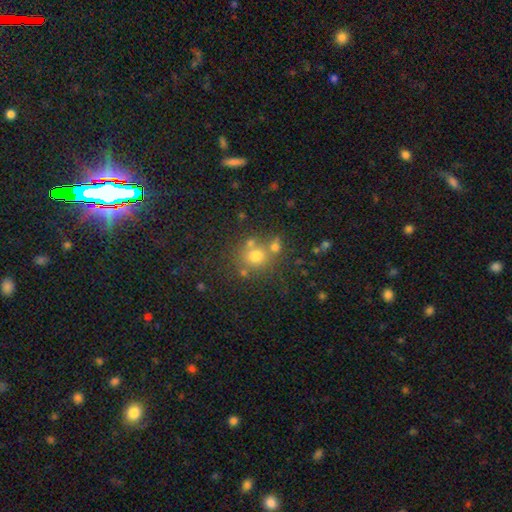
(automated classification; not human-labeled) The model was most divided on "merging": none: 60%, merger: 25%, minor disturbance: 10%, major disturbance: 5%. More confident: how rounded — round (84%); smooth or featured — smooth (67%).